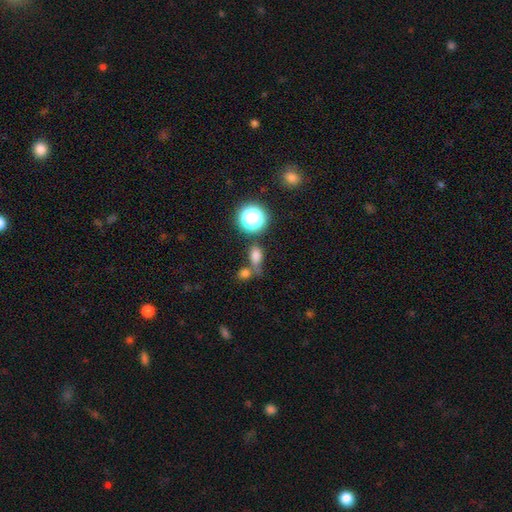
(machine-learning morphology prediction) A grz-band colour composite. It shows a smooth galaxy with no disk features (75%) that is in between round and cigar-shaped (70%). Merging: none (46%).